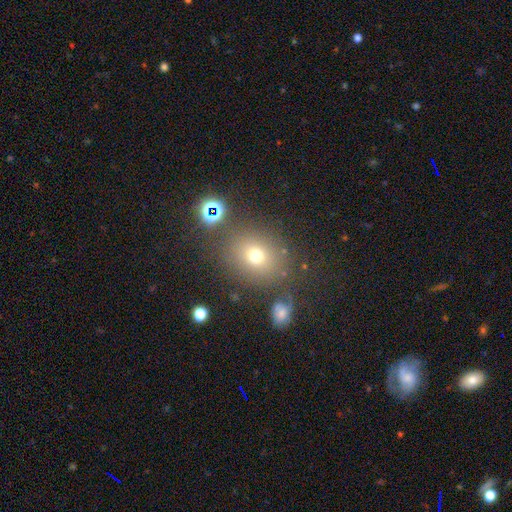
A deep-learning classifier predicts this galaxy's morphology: Smooth or featured? Predicted: smooth (p=0.69). How rounded? Predicted: round (p=0.69). Merging? Predicted: none (p=0.78).